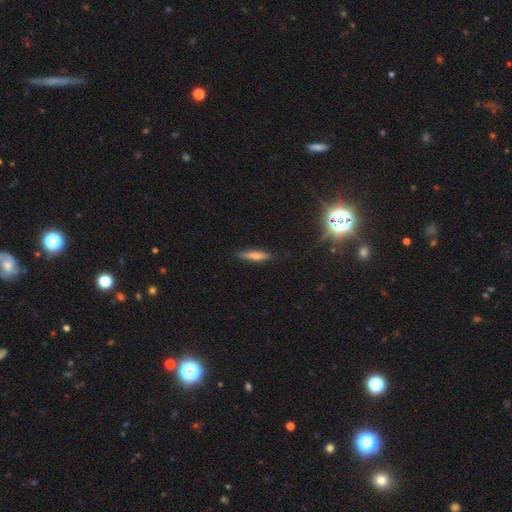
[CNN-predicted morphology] Smooth or featured: smooth — 53% (featured or disk — 35%)
How rounded: cigar-shaped — 83% (in between — 15%)
Merging: none — 87% (minor disturbance — 10%)